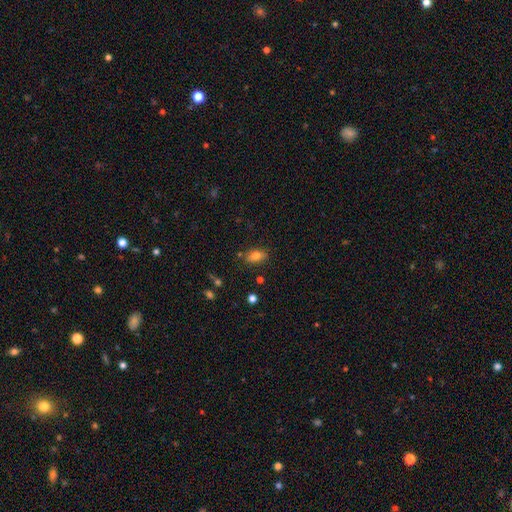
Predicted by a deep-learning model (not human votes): smooth 73%, featured or disk 17%, star or artifact 10%. Down the decision tree: how rounded — in between (82%); merging — none (80%).